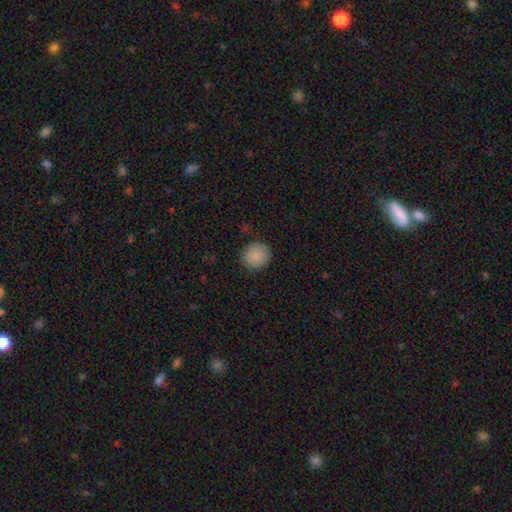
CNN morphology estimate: Smooth or featured: smooth — 88% (star or artifact — 9%)
How rounded: round — 90% (in between — 9%)
Merging: none — 89% (minor disturbance — 8%)